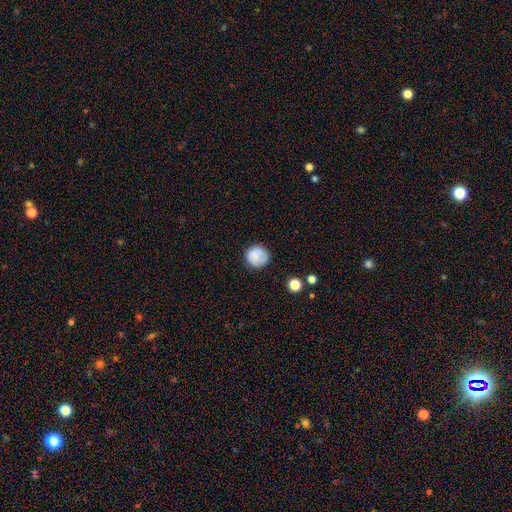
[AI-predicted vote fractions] This is likely a smooth galaxy (79%). How rounded: clearly round (90%). Merging: likely none (79%).